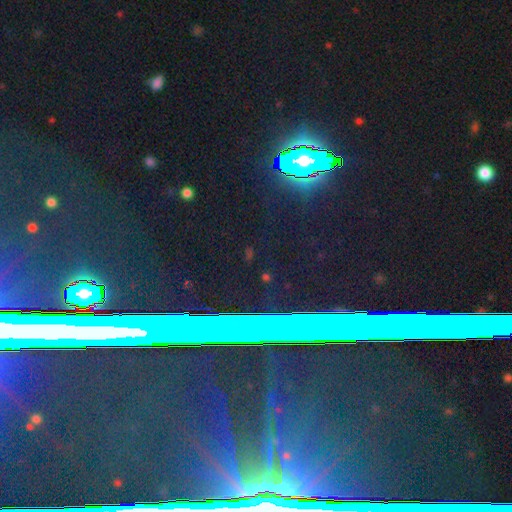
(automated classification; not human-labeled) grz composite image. It shows a star or artifact, not a galaxy (83%).